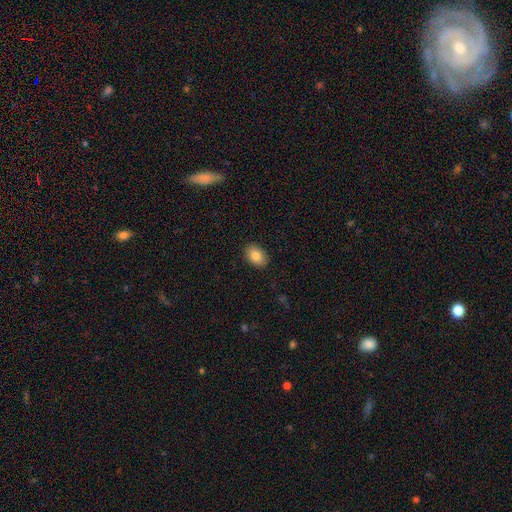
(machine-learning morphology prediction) Overall: smooth (87%). How rounded: in between (84%). Merging: none (89%).